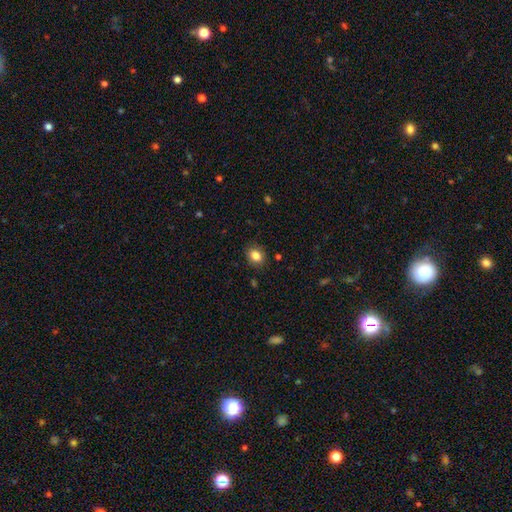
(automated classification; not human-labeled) Smooth or featured: smooth — 85% (star or artifact — 10%)
How rounded: in between — 54% (round — 45%)
Merging: none — 87% (minor disturbance — 10%)